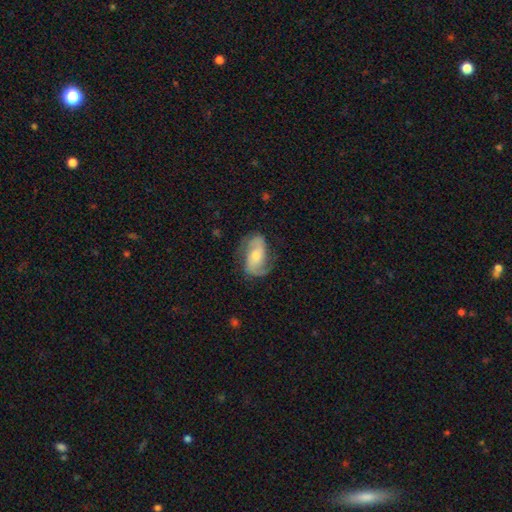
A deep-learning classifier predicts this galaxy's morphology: A featured or disk galaxy (77%) with no bar (50%), 2 (89%) medium (46%) spiral arms (95%) and a moderate central bulge (42%).

Vote fractions:
- Smooth or featured? featured or disk: 77% / smooth: 17% / star or artifact: 6%
- Edge-on disk? no: 97% / yes: 3%
- Bar? no: 50% / weak: 36% / strong: 14%
- Spiral arms? yes: 95% / no: 5%
- Spiral winding? medium: 46% / loose: 35% / tight: 19%
- Spiral arm count? 2: 89% / can't tell: 5% / 1: 3% / 3: 2% / 4: 1% / more than 4: 1%
- Bulge size? moderate: 42% / small: 35% / large: 12% / none: 9% / dominant: 2%
- Merging? none: 70% / minor disturbance: 19% / major disturbance: 10% / merger: 1%